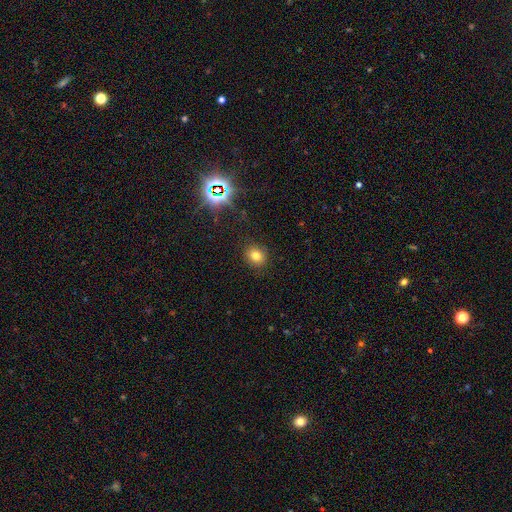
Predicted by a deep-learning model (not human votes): Smooth or featured?
  - smooth: 75% *
  - star or artifact: 17%
  - featured or disk: 8%
How rounded?
  - round: 72% *
  - in between: 27%
  - cigar-shaped: 1%
Merging?
  - none: 89% *
  - minor disturbance: 8%
  - major disturbance: 3%
  - merger: 1%